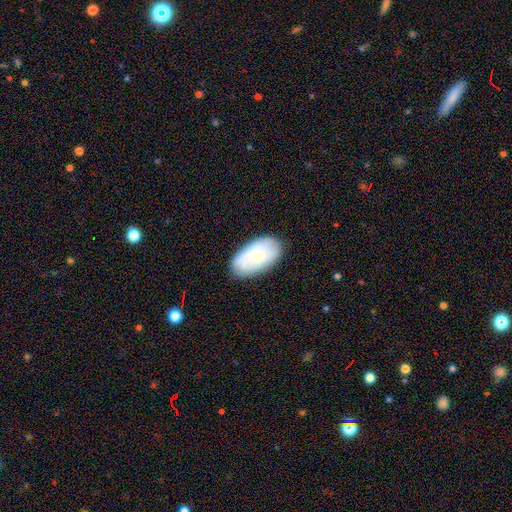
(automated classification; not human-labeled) This appears to be a smooth galaxy with no disk features (64%) that is in between round and cigar-shaped (95%). Merging: none (83%).